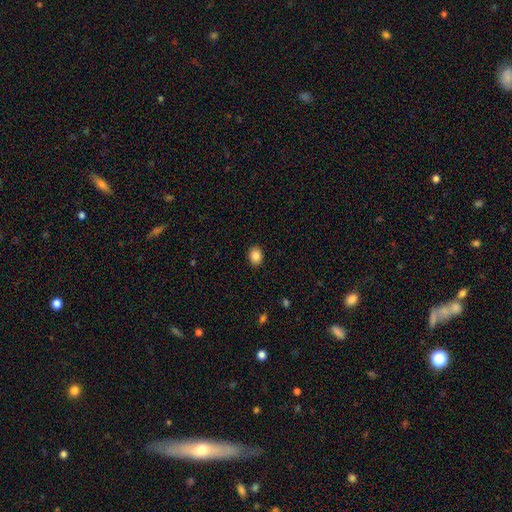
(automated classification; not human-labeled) Q: Smooth or featured?
A: smooth (87%); runner-up: star or artifact (9%)
Q: How rounded?
A: in between (61%); runner-up: round (38%)
Q: Merging?
A: none (89%); runner-up: minor disturbance (8%)